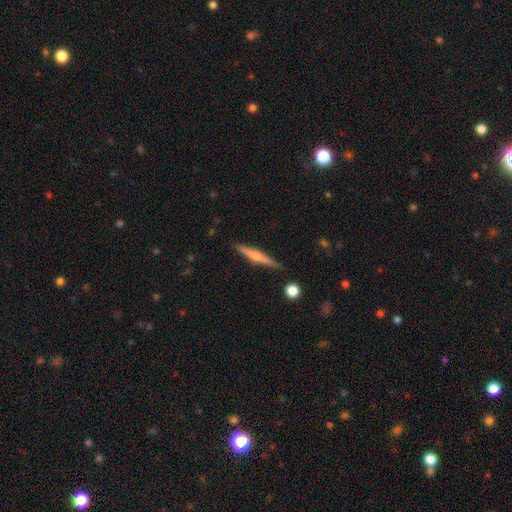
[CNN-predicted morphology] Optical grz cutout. It shows a featured or disk galaxy (52%) viewed edge-on (97%) with a rounded central bulge (65%). Merging: none (86%).